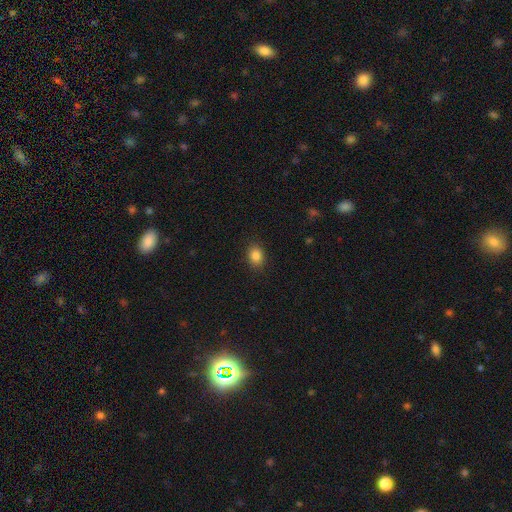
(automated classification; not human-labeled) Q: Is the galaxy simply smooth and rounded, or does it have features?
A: smooth — 85%.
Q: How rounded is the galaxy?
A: in between — 60%.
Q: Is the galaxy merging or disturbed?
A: none — 88%.